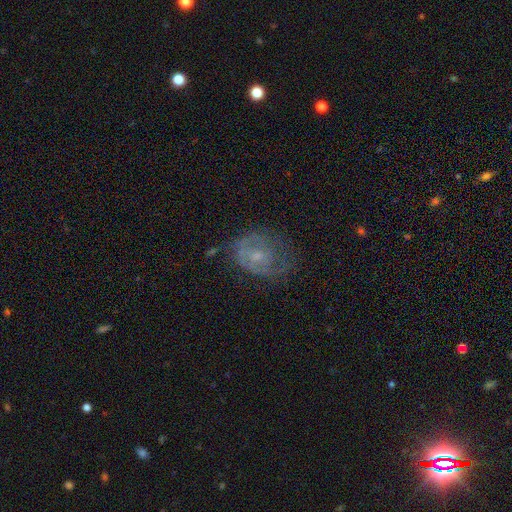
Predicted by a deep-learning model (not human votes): Morphology: type=featured or disk (64%); edge-on=no (97%); bar=no (66%); spiral arms=yes (68%); bulge=small (52%); merging=none (51%).